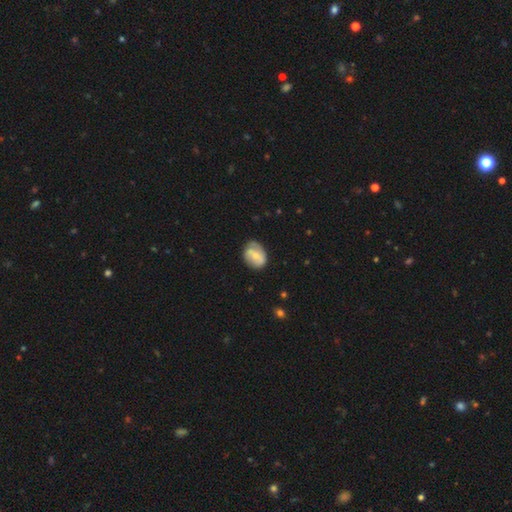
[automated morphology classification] smooth 51%, featured or disk 42%, star or artifact 7%. Down the decision tree: how rounded — in between (57%); merging — none (63%).